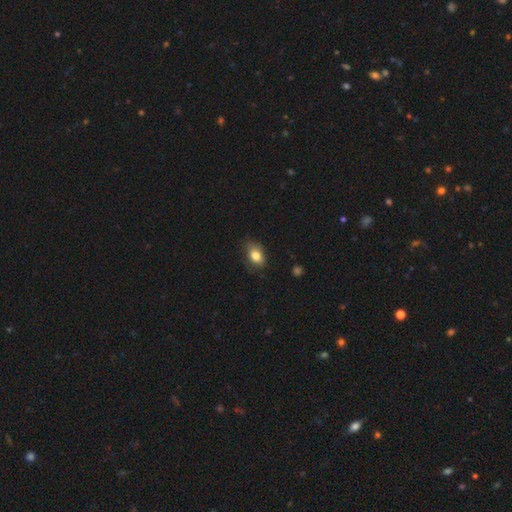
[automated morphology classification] Smooth or featured: smooth — 81% (featured or disk — 11%)
How rounded: in between — 83% (round — 15%)
Merging: none — 72% (minor disturbance — 22%)